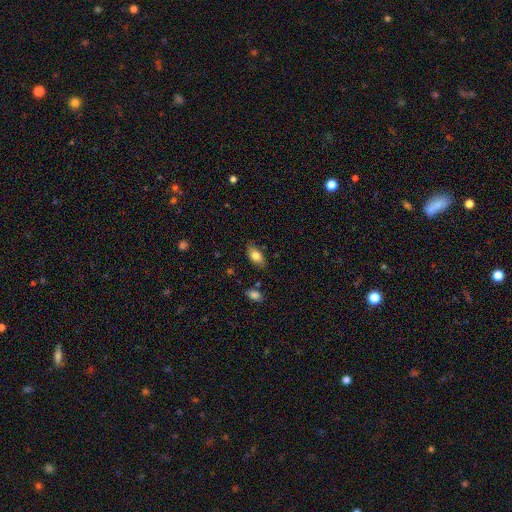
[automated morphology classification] Smooth or featured: smooth — 80% (featured or disk — 13%)
How rounded: in between — 88% (cigar-shaped — 7%)
Merging: none — 79% (minor disturbance — 15%)